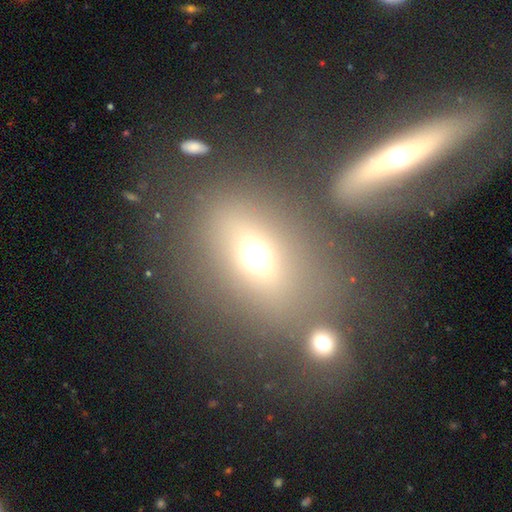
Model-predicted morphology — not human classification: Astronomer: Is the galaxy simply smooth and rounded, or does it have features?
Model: smooth — 58%.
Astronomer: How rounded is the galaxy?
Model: in between — 59% (runner-up: round, 35%).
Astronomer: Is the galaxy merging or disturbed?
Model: none — 64%.